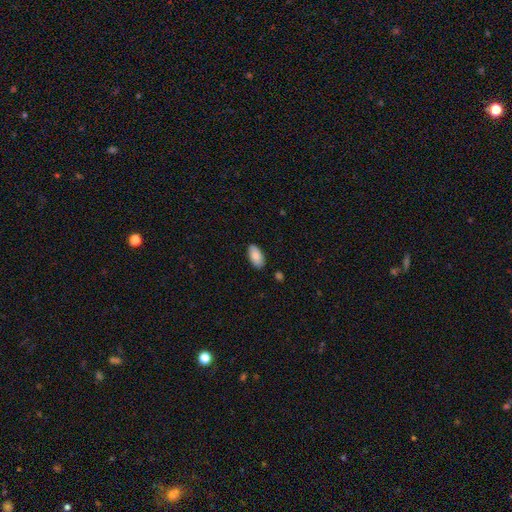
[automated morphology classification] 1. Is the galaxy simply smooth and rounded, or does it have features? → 86% smooth, 8% featured or disk, 6% star or artifact.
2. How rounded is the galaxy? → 95% in between, 3% cigar-shaped, 2% round.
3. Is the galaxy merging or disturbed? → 87% none, 10% minor disturbance, 2% major disturbance, 2% merger.